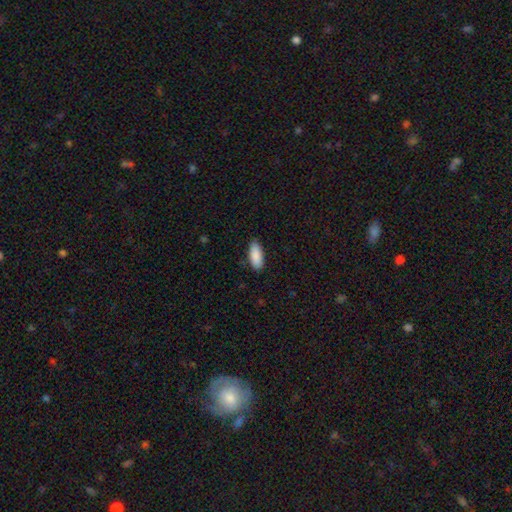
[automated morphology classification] This appears to be a smooth galaxy with no disk features (90%) that is in between round and cigar-shaped (82%). Merging: none (85%).